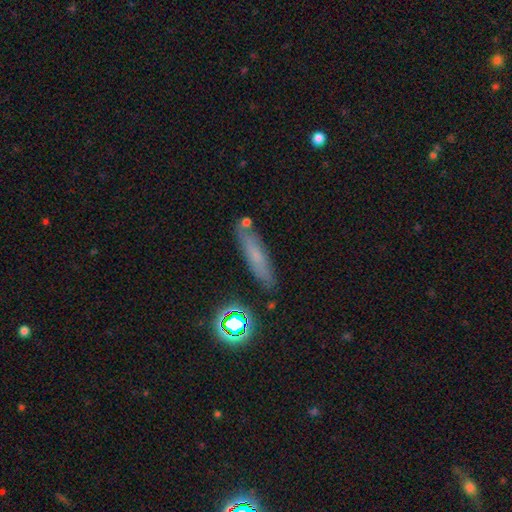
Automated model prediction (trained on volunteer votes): A smooth galaxy with no disk features (55%) that is cigar-shaped (76%).

Vote fractions:
- Smooth or featured? smooth: 55% / featured or disk: 28% / star or artifact: 17%
- How rounded? cigar-shaped: 76% / in between: 20% / round: 4%
- Merging? none: 79% / minor disturbance: 13% / merger: 5% / major disturbance: 3%